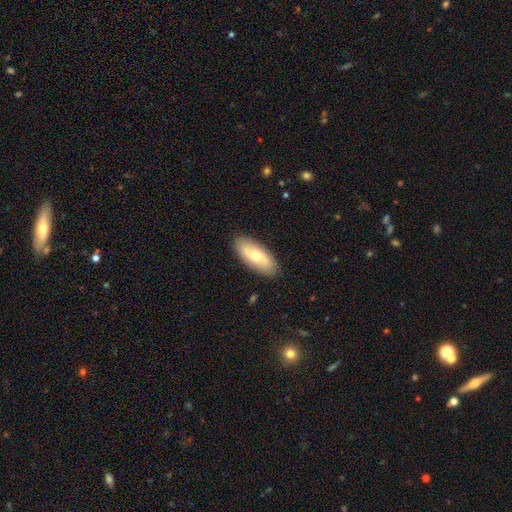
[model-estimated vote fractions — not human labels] Smooth or featured?
  - smooth: 56% *
  - featured or disk: 38%
  - star or artifact: 6%
How rounded?
  - in between: 85% *
  - cigar-shaped: 12%
  - round: 3%
Merging?
  - none: 88% *
  - minor disturbance: 9%
  - major disturbance: 2%
  - merger: 1%